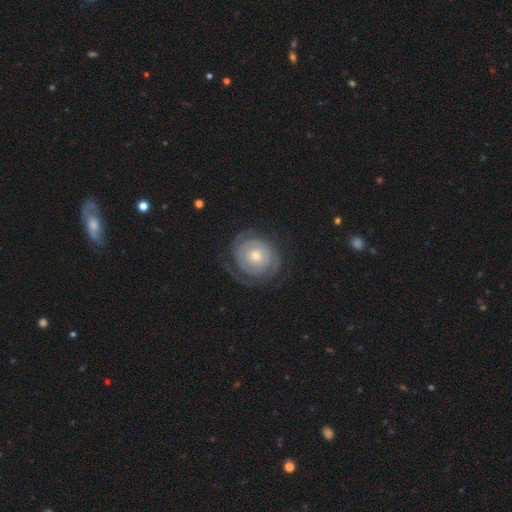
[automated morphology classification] featured or disk 80%, smooth 14%, star or artifact 6%. Down the decision tree: edge-on disk — no (97%); bar — no (81%); spiral arms — yes (90%); spiral arm count — can't tell (37%); spiral winding — tight (82%); bulge size — moderate (56%); merging — none (73%).